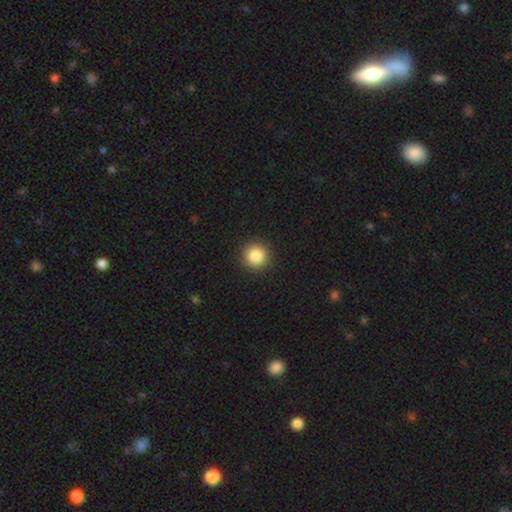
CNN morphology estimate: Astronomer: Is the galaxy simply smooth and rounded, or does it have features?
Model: smooth — 86%.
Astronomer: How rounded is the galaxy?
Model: round — 95%.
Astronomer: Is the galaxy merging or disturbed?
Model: none — 92%.